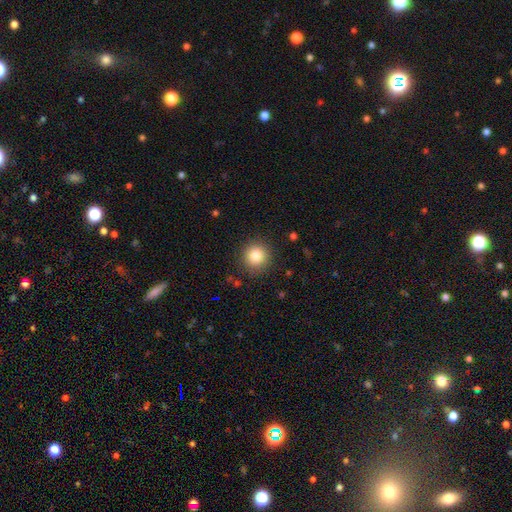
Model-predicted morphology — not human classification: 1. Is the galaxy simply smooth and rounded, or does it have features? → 83% smooth, 11% star or artifact, 6% featured or disk.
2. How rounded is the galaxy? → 93% round, 6% in between, 1% cigar-shaped.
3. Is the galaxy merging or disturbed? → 89% none, 8% minor disturbance, 3% major disturbance, 1% merger.